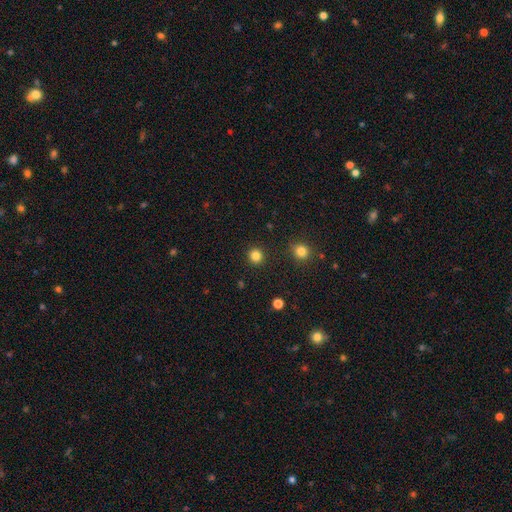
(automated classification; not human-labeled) This is clearly a smooth galaxy (83%). How rounded: clearly round (94%). Merging: clearly none (92%).